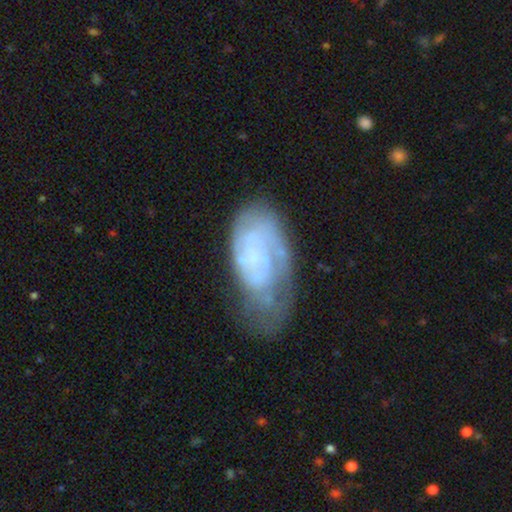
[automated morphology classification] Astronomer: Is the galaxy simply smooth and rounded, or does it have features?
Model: featured or disk — 65%.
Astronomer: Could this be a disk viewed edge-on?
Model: no — 96%.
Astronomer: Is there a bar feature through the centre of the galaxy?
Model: no — 80%.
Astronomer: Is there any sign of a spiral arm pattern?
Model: yes — 62% (runner-up: no, 38%).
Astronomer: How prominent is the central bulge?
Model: none — 49% (runner-up: small, 37%).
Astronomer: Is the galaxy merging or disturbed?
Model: none — 35% (runner-up: minor disturbance, 32%).